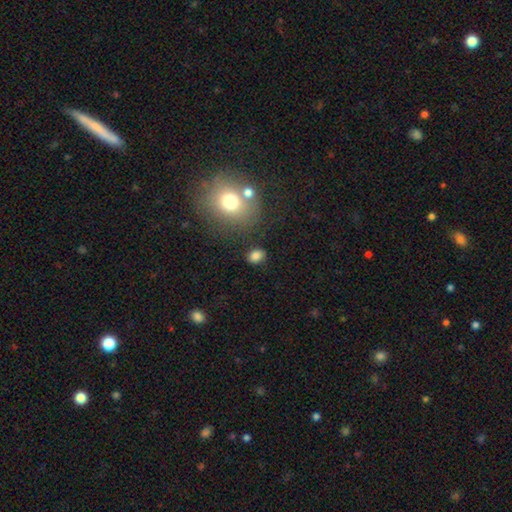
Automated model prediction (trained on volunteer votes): Smooth or featured? smooth (83%)
How rounded? in between (65%)
Merging? none (81%)